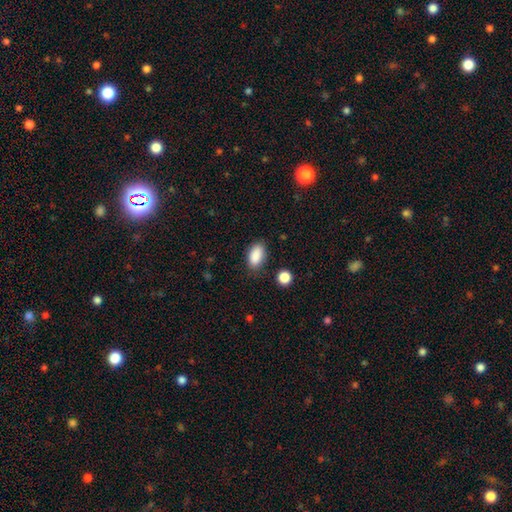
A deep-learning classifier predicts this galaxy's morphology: Overall: smooth (89%). How rounded: in between (92%). Merging: none (79%).